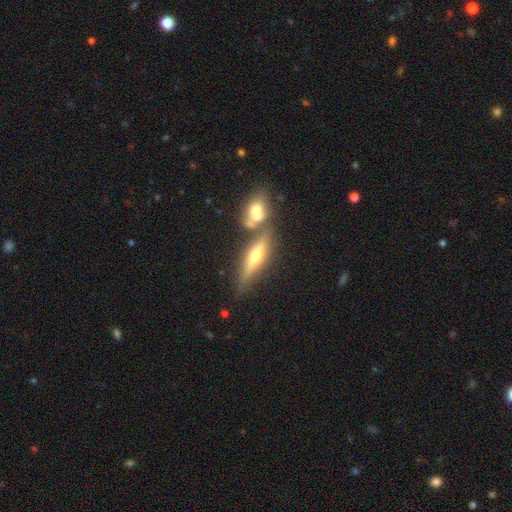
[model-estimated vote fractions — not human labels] This appears to be a featured or disk galaxy (65%) viewed edge-on (92%) with a rounded central bulge (91%). Merging: none (60%).